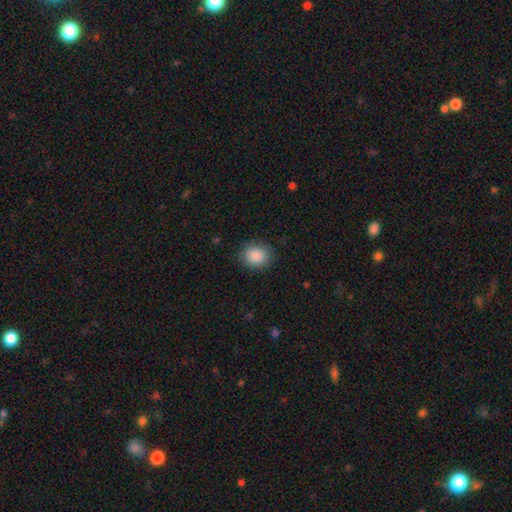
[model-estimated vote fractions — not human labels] Smooth or featured? smooth (88%)
How rounded? round (67%)
Merging? none (85%)